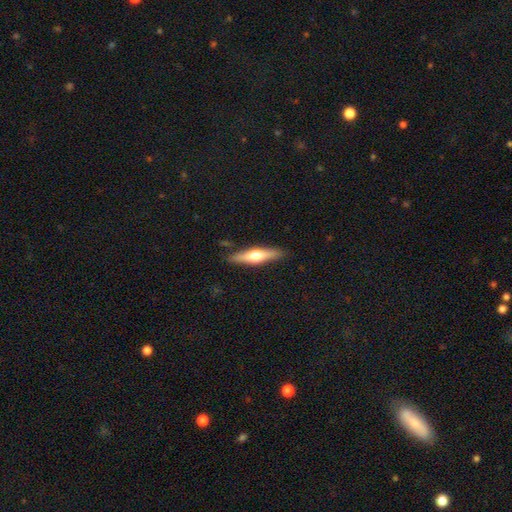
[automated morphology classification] Q: Smooth or featured?
A: featured or disk (49%); runner-up: smooth (45%)
Q: Merging?
A: none (86%); runner-up: minor disturbance (10%)